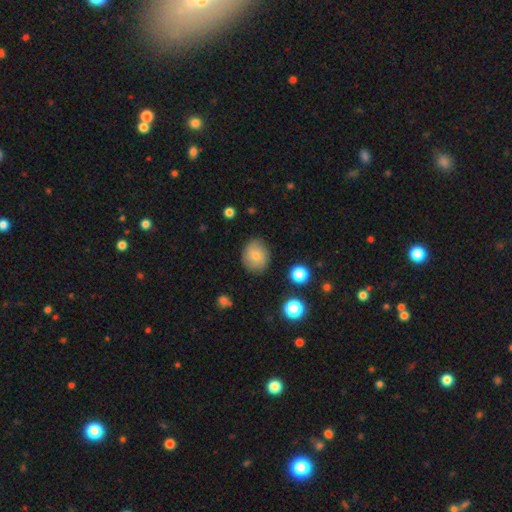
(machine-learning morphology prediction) This is likely a smooth galaxy (77%). How rounded: likely round (64%). Merging: clearly none (83%).